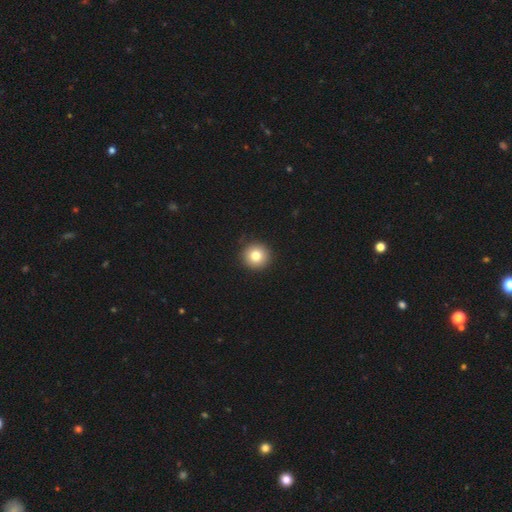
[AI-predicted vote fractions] A smooth galaxy with no disk features (82%) that is round (94%). Merging: none (92%).